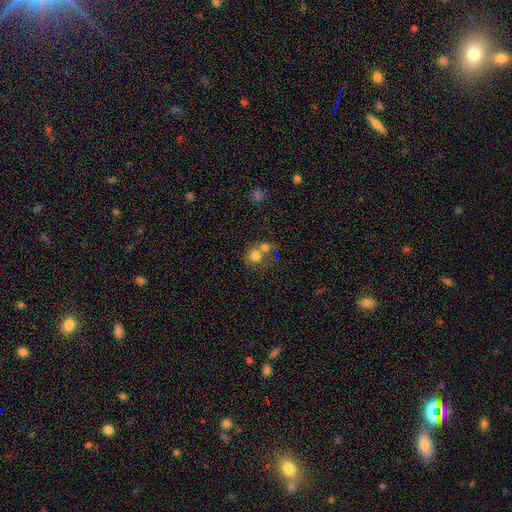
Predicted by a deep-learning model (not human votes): Overall: smooth (74%). How rounded: round (83%). Merging: merger (50%; none 37%).